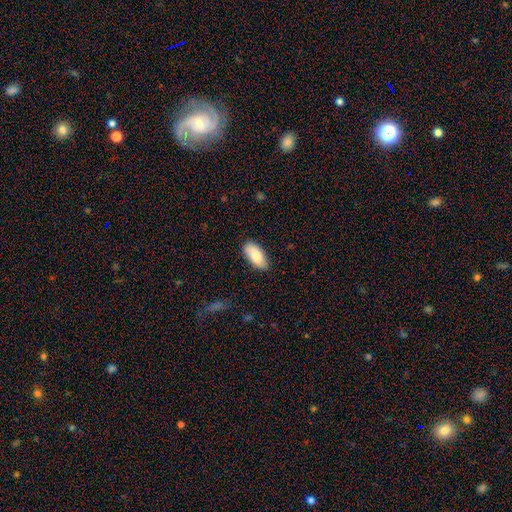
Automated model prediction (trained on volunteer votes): Smooth or featured? smooth (82%)
How rounded? in between (90%)
Merging? none (85%)